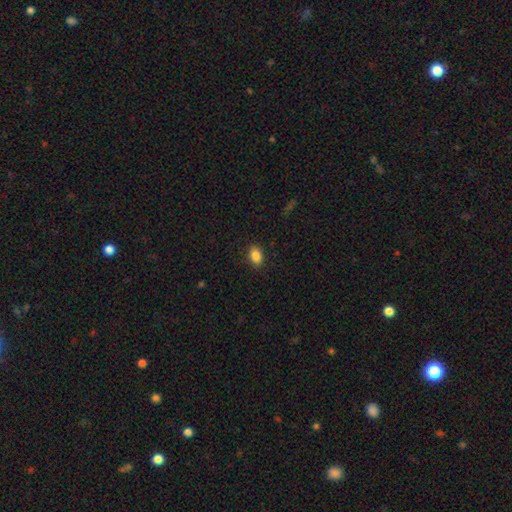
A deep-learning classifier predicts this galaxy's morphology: This is clearly a smooth galaxy (87%). How rounded: clearly in between (84%). Merging: clearly none (88%).